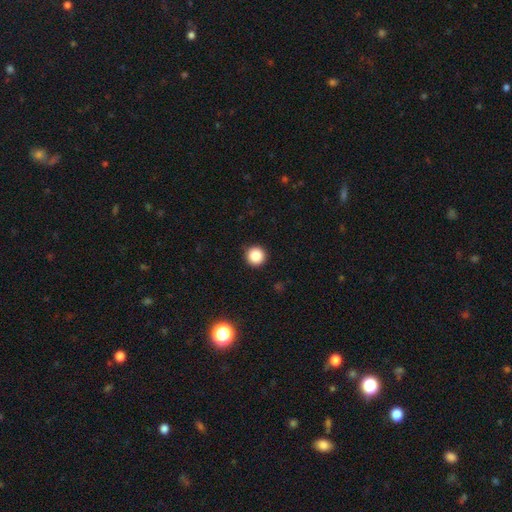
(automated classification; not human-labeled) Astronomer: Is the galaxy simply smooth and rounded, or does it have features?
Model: smooth — 86%.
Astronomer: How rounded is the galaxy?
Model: round — 96%.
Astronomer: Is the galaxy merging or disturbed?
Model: none — 92%.